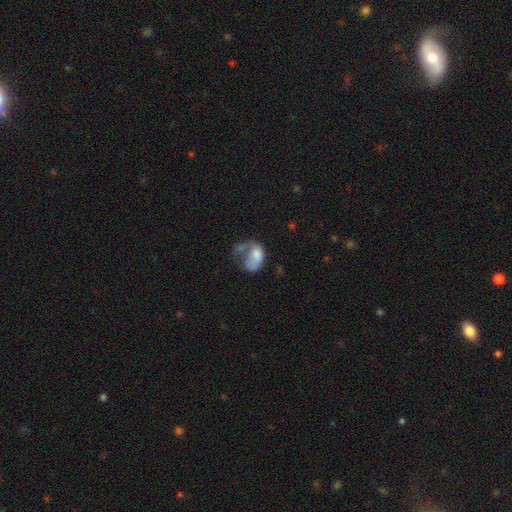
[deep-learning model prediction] A smooth galaxy with no disk features (65%) that is in between round and cigar-shaped (81%). Merging: major disturbance (41%).